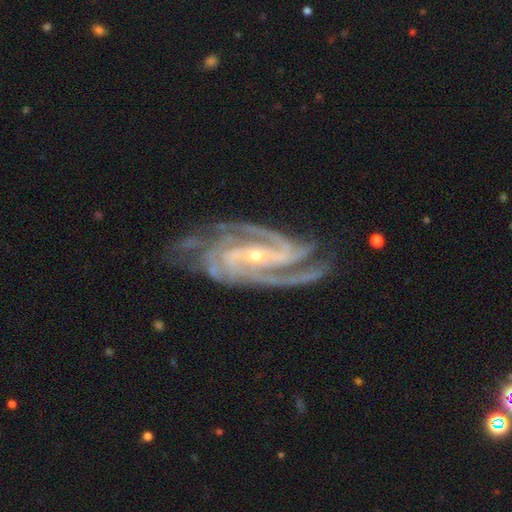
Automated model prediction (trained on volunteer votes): The model was most divided on "bar": strong: 39%, weak: 32%, no: 29%. Remaining: spiral arms — yes (99%); edge-on disk — no (96%); smooth or featured — featured or disk (93%); bulge size — small (75%); merging — none (71%); spiral winding — tight (55%); spiral arm count — 3 (35%).